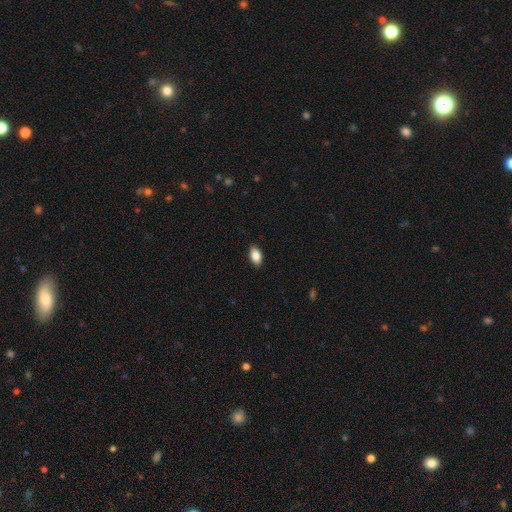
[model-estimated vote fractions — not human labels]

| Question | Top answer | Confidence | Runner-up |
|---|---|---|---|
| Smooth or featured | smooth | 86% | star or artifact (7%) |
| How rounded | in between | 91% | round (6%) |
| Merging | none | 87% | minor disturbance (10%) |